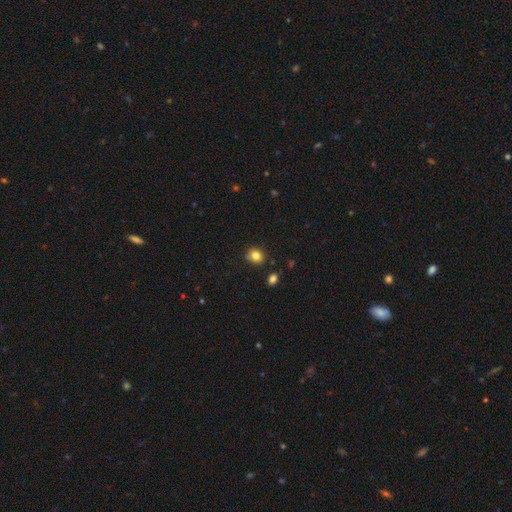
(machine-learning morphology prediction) Smooth or featured? smooth (82%)
How rounded? round (67%)
Merging? none (79%)